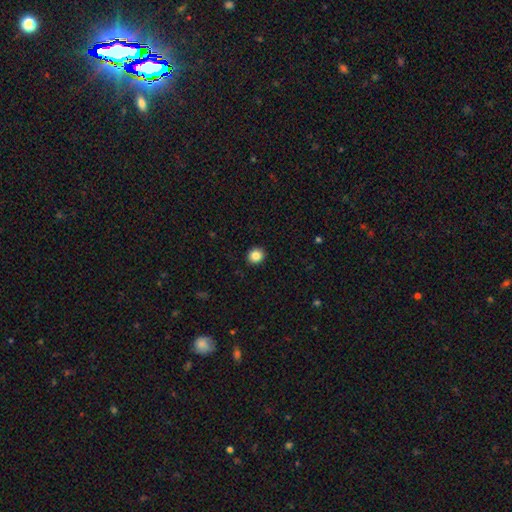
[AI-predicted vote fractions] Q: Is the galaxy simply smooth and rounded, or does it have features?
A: smooth — 86%.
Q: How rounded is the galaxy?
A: round — 86%.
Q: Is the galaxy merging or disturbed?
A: none — 93%.